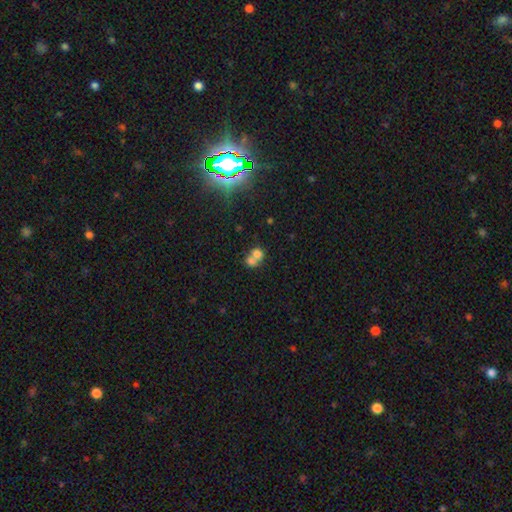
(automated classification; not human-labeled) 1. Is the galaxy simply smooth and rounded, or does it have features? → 71% smooth, 16% featured or disk, 13% star or artifact.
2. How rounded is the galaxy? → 67% round, 32% in between, 1% cigar-shaped.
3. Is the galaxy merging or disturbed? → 67% merger, 25% none, 5% minor disturbance, 3% major disturbance.